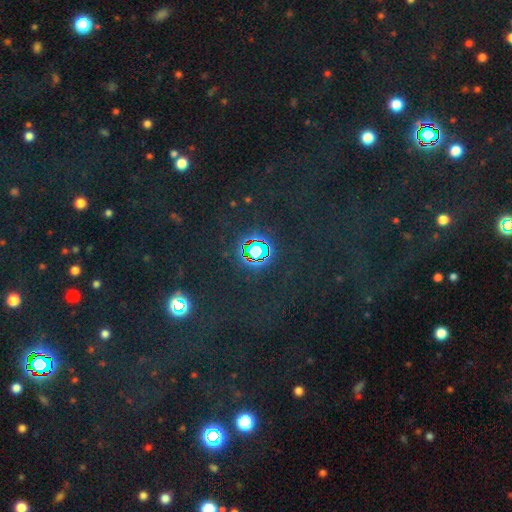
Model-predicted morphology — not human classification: Smooth or featured? star or artifact (77%)